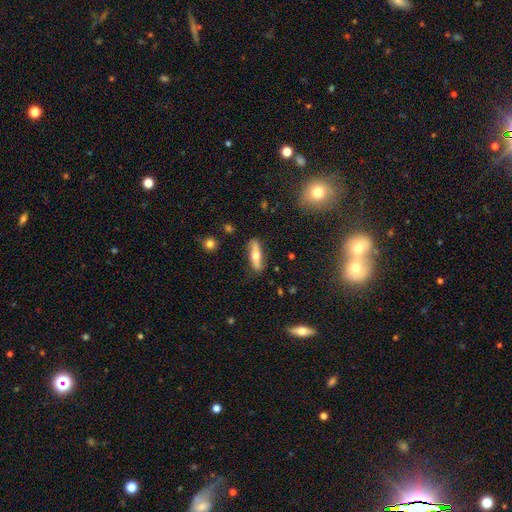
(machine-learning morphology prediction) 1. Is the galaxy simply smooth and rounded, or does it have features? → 53% smooth, 41% featured or disk, 7% star or artifact.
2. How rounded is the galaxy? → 64% cigar-shaped, 33% in between, 3% round.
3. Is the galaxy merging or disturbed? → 81% none, 13% minor disturbance, 3% major disturbance, 2% merger.